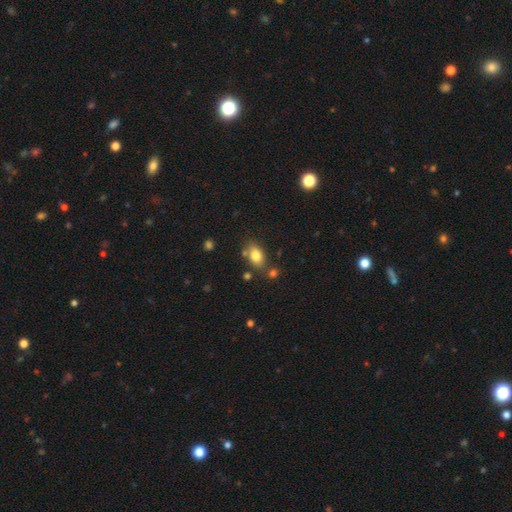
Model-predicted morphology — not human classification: Smooth or featured: smooth — 81% (featured or disk — 10%)
How rounded: in between — 86% (round — 12%)
Merging: none — 71% (minor disturbance — 14%)